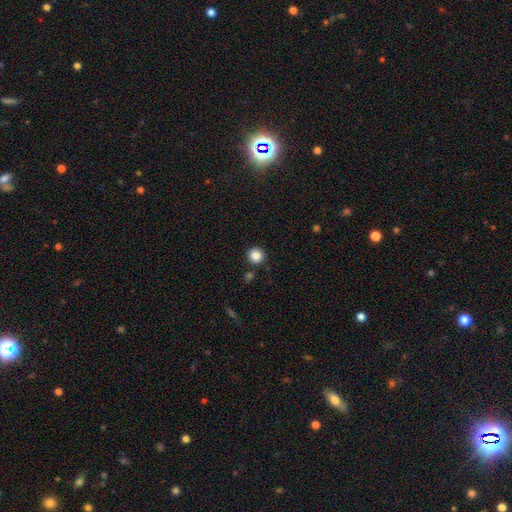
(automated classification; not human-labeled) Q: Smooth or featured?
A: smooth (86%); runner-up: star or artifact (10%)
Q: How rounded?
A: round (94%); runner-up: in between (5%)
Q: Merging?
A: none (88%); runner-up: minor disturbance (6%)